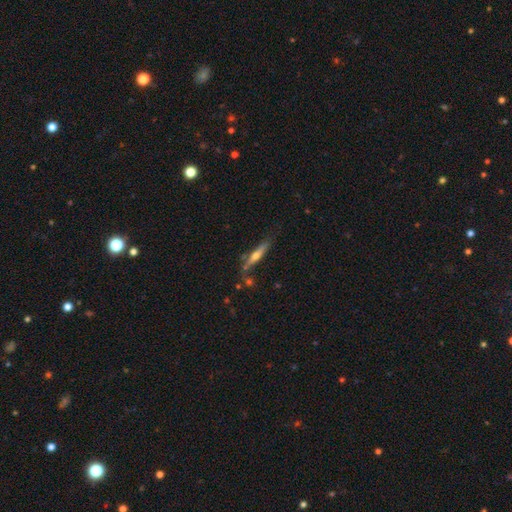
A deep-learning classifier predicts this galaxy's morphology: A featured or disk galaxy (58%) viewed edge-on (94%) with a rounded central bulge (89%).

Vote fractions:
- Smooth or featured? featured or disk: 58% / smooth: 35% / star or artifact: 7%
- Edge-on disk? yes: 94% / no: 6%
- Edge-on bulge? rounded: 89% / none: 7% / boxy: 4%
- Merging? none: 70% / minor disturbance: 17% / merger: 8% / major disturbance: 5%